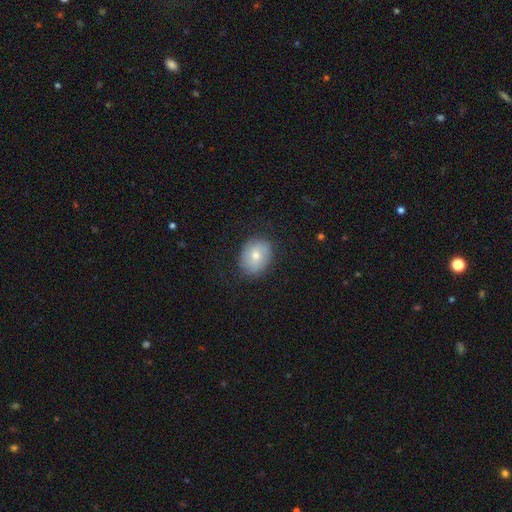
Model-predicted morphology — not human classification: A smooth galaxy with no disk features (72%) that is round (51%).

Vote fractions:
- Smooth or featured? smooth: 72% / featured or disk: 21% / star or artifact: 8%
- How rounded? round: 51% / in between: 48% / cigar-shaped: 1%
- Merging? none: 81% / minor disturbance: 14% / major disturbance: 4% / merger: 1%